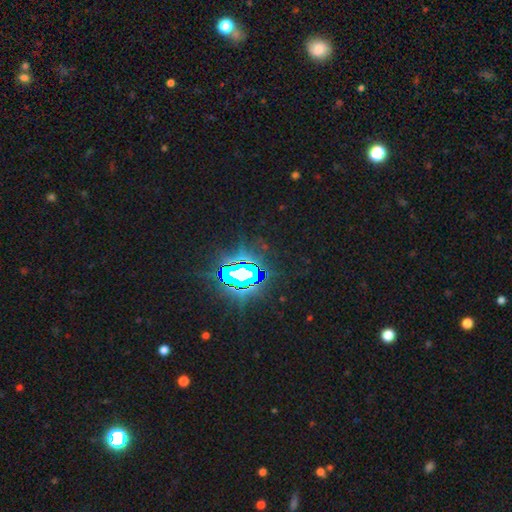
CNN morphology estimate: Smooth or featured: star or artifact — 84% (smooth — 9%)